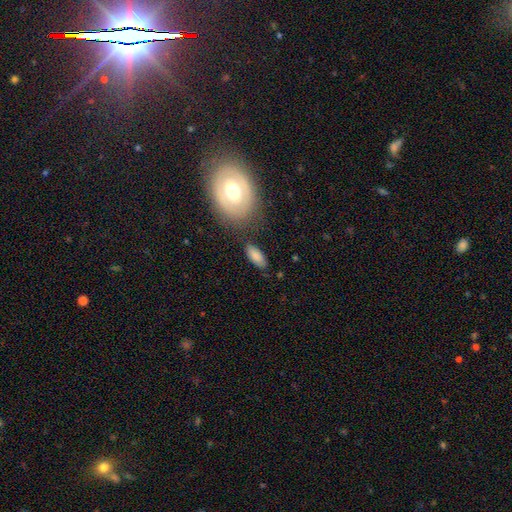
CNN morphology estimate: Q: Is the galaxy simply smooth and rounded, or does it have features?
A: smooth — 82%.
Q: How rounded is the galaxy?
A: in between — 85%.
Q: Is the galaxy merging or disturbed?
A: none — 78%.